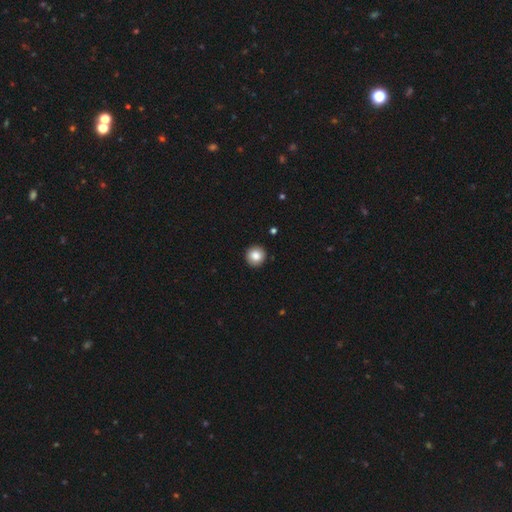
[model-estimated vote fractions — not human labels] Smooth or featured? smooth (86%)
How rounded? round (94%)
Merging? none (92%)